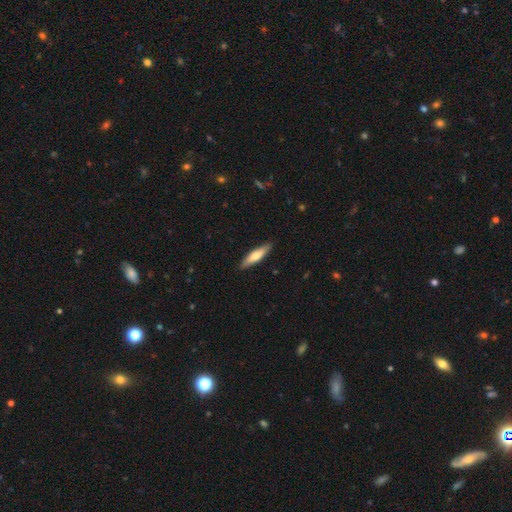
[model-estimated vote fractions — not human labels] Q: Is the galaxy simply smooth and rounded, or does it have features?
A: smooth — 57%.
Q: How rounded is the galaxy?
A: cigar-shaped — 77%.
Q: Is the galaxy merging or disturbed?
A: none — 89%.